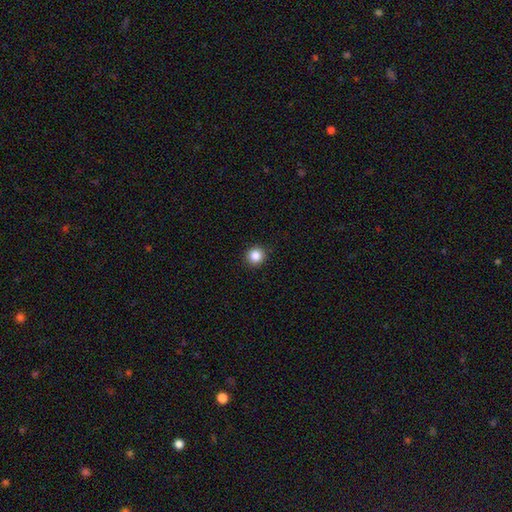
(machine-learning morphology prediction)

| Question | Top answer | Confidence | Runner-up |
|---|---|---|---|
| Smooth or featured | smooth | 86% | star or artifact (10%) |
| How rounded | round | 94% | in between (5%) |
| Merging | none | 93% | minor disturbance (5%) |